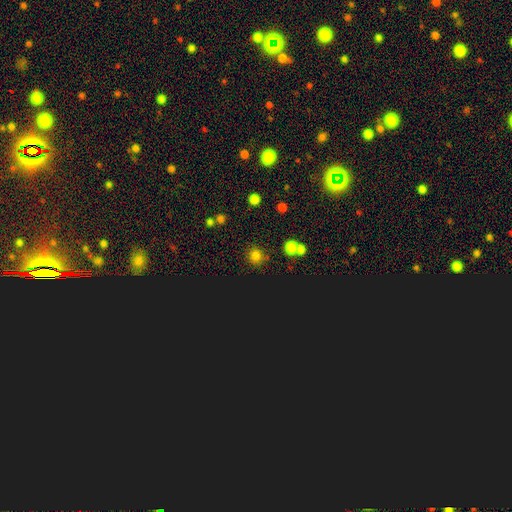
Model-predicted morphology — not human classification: Smooth or featured? smooth (71%)
How rounded? round (91%)
Merging? none (79%)